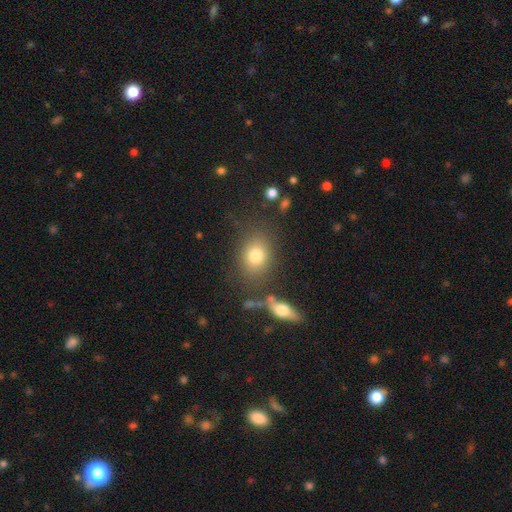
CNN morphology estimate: smooth-or-featured: smooth: 77% | featured or disk: 12% | star or artifact: 11%
  how-rounded: in between: 56% | round: 43% | cigar-shaped: 2%
  merging: none: 75% | minor disturbance: 13% | merger: 7% | major disturbance: 6%